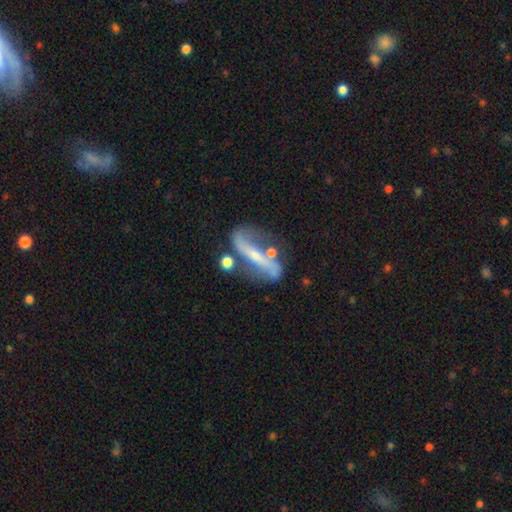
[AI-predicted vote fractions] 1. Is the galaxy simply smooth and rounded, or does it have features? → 79% featured or disk, 14% smooth, 7% star or artifact.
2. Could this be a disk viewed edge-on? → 71% no, 29% yes.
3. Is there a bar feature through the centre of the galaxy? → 63% strong, 19% no, 18% weak.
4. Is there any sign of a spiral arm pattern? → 77% yes, 23% no.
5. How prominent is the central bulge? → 62% small, 28% moderate, 6% none, 2% large, 1% dominant.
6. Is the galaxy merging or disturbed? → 57% none, 20% minor disturbance, 12% merger, 12% major disturbance.